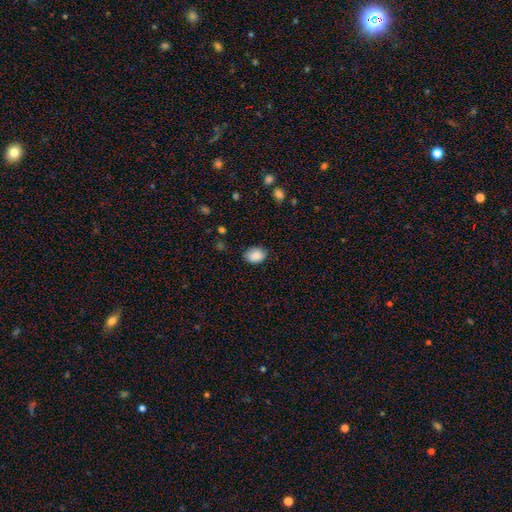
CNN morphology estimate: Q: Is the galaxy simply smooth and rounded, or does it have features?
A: smooth — 87%.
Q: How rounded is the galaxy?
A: in between — 69%.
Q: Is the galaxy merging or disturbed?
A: none — 76%.